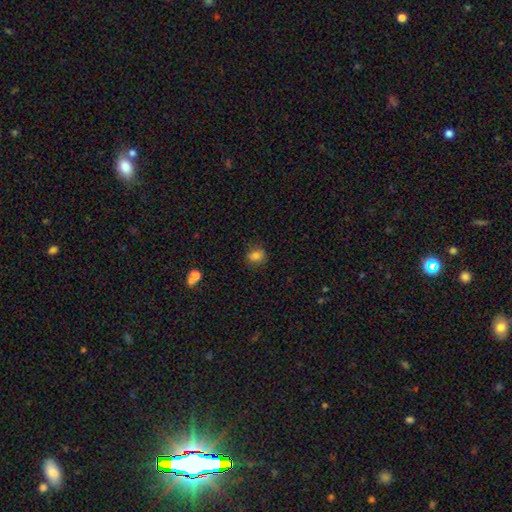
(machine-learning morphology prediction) Smooth or featured?
  - smooth: 83% *
  - star or artifact: 12%
  - featured or disk: 5%
How rounded?
  - round: 60% *
  - in between: 39%
  - cigar-shaped: 1%
Merging?
  - none: 82% *
  - minor disturbance: 13%
  - major disturbance: 4%
  - merger: 1%